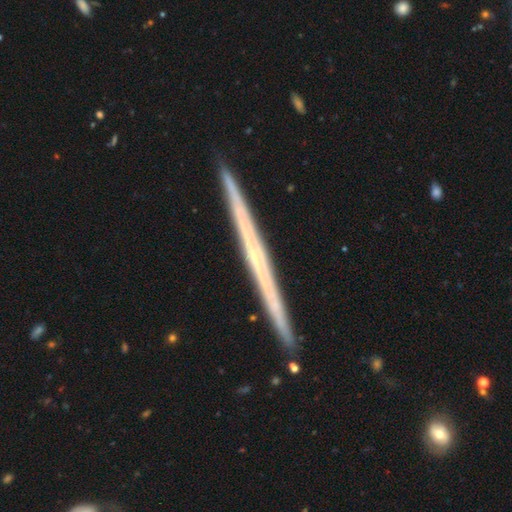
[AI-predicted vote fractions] Smooth or featured? Predicted: featured or disk (p=0.73). Edge-on disk? Predicted: yes (p=0.98). Edge-on bulge? Predicted: none (p=0.79). Merging? Predicted: none (p=0.91).